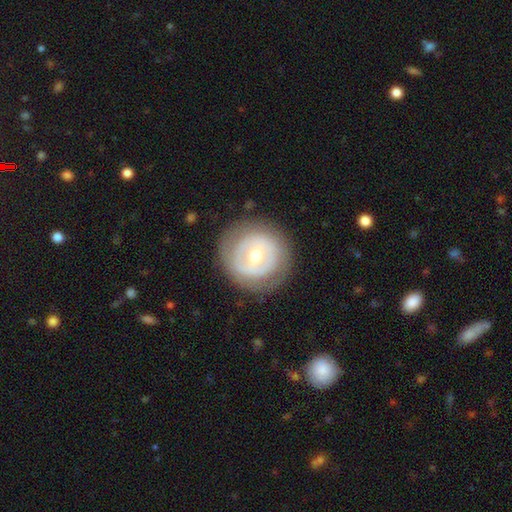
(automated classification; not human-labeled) This appears to be a featured or disk galaxy (58%) with no bar (58%), no spiral arms (75%) and a moderate central bulge (64%). Merging: none (81%).